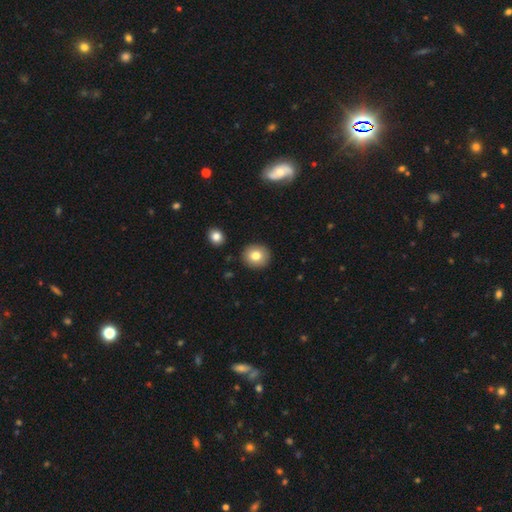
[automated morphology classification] Smooth or featured? smooth (79%)
How rounded? round (87%)
Merging? none (91%)